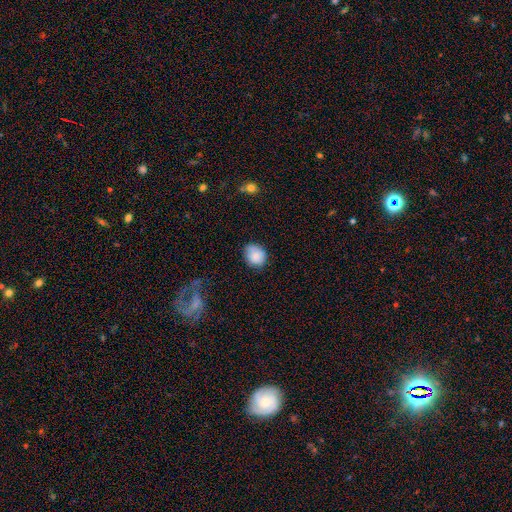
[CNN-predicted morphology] The model was most divided on "how rounded": round: 62%, in between: 37%, cigar-shaped: 1%. More confident: smooth or featured — smooth (84%); merging — none (70%).